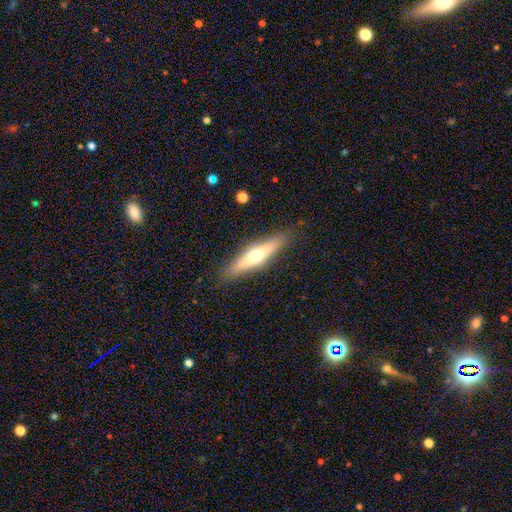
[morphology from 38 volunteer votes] Smooth or featured? featured or disk (61%)
Edge-on disk? yes (96%)
Edge-on bulge? rounded (91%)
Merging? none (86%)